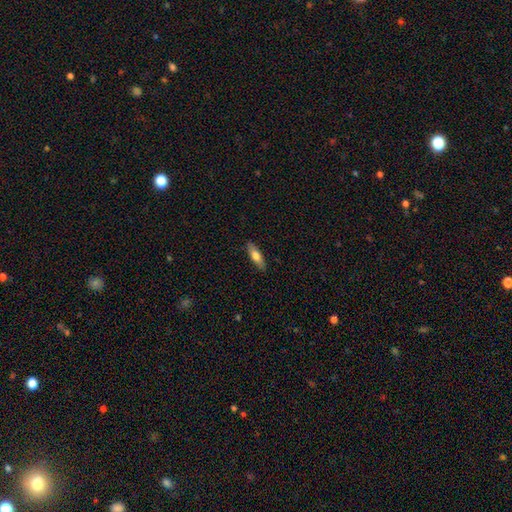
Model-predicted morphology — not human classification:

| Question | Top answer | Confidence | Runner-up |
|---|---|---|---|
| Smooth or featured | smooth | 67% | featured or disk (27%) |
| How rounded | cigar-shaped | 53% | in between (45%) |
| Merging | none | 88% | minor disturbance (9%) |